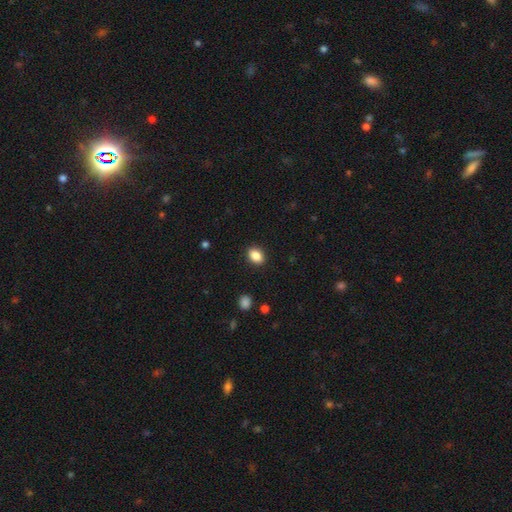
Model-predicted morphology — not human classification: Smooth or featured?
  - smooth: 87% *
  - star or artifact: 9%
  - featured or disk: 4%
How rounded?
  - in between: 71% *
  - round: 28%
  - cigar-shaped: 1%
Merging?
  - none: 89% *
  - minor disturbance: 7%
  - major disturbance: 2%
  - merger: 1%